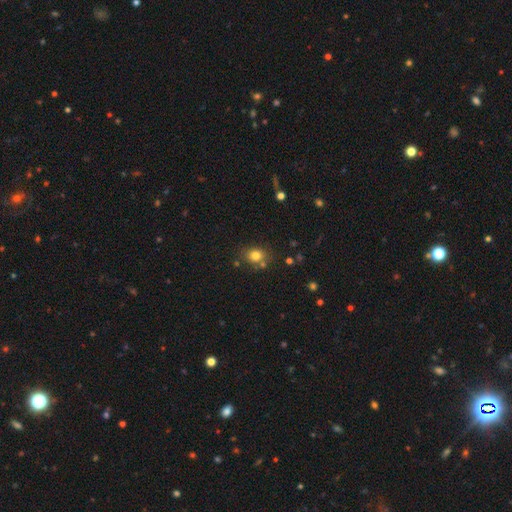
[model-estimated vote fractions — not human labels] smooth_or_featured: smooth (p=0.79) [alt: star or artifact p=0.13]
how_rounded: round (p=0.57) [alt: in between p=0.42]
merging: none (p=0.72) [alt: minor disturbance p=0.13]